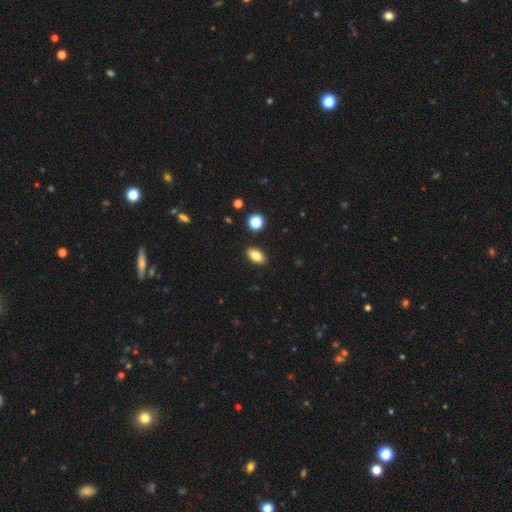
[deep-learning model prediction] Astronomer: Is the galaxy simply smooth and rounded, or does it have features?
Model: smooth — 82%.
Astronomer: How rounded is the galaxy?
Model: in between — 90%.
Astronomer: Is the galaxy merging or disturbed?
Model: none — 89%.